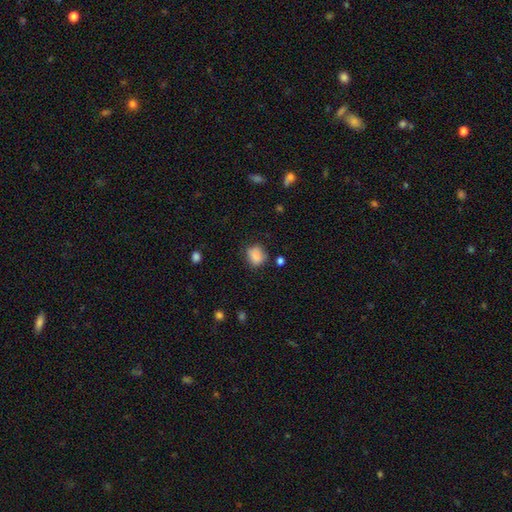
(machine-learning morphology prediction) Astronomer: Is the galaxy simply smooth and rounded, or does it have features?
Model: smooth — 85%.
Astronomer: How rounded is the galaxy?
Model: round — 63%.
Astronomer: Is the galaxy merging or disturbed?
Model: none — 70%.